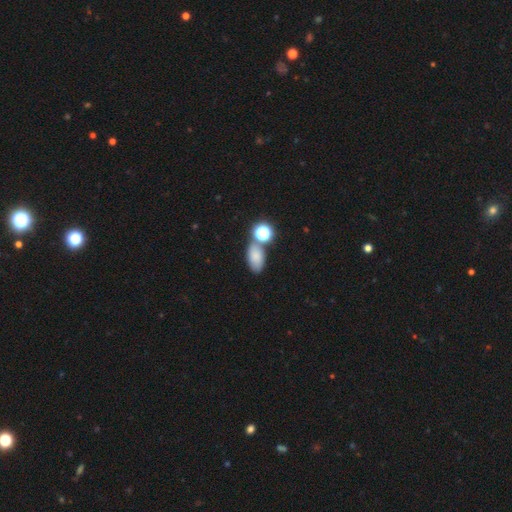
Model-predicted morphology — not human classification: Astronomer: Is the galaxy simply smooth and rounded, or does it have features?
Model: smooth — 76%.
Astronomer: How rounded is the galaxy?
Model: in between — 85%.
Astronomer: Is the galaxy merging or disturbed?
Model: none — 61%.